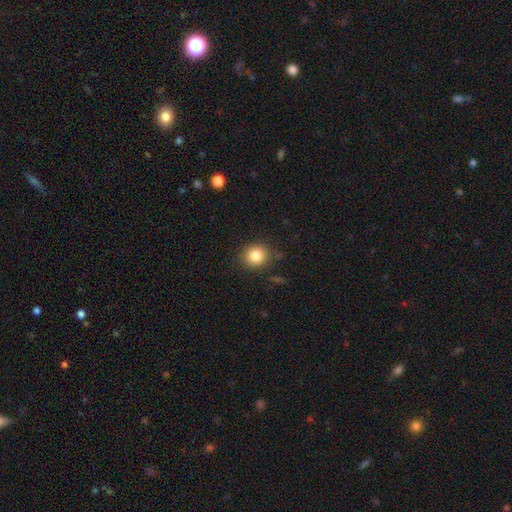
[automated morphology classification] The model was most divided on "how rounded": round: 83%, in between: 16%, cigar-shaped: 1%. More confident: merging — none (85%); smooth or featured — smooth (84%).